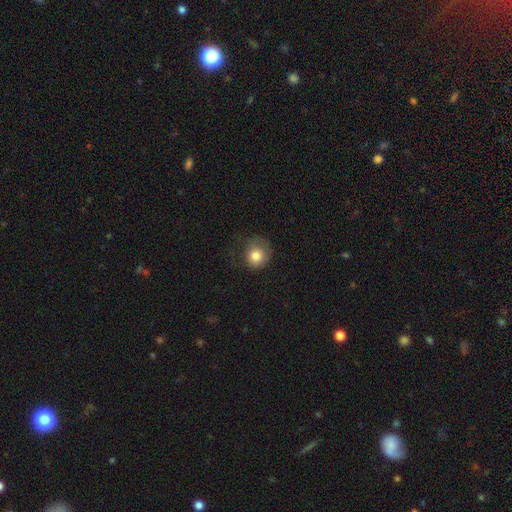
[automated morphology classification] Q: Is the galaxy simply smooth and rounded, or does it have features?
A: smooth — 81%.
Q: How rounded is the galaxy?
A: round — 85%.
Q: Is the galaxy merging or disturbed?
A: none — 59%.